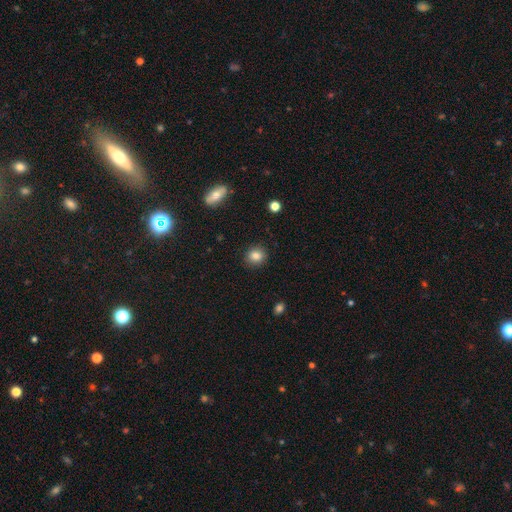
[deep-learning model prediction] The model was most divided on "how rounded": round: 83%, in between: 16%, cigar-shaped: 1%. More confident: merging — none (89%); smooth or featured — smooth (84%).